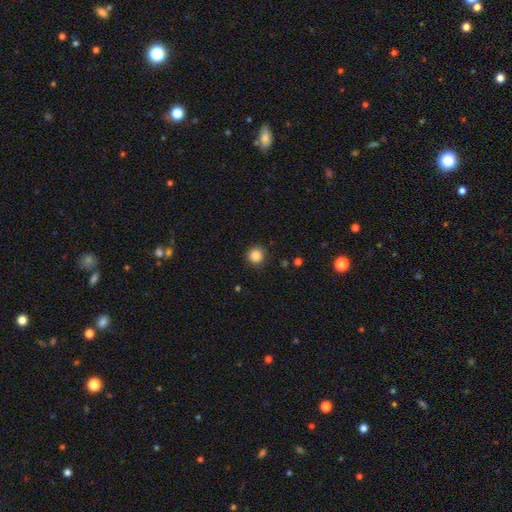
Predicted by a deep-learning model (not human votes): The model was most divided on "smooth or featured": smooth: 86%, star or artifact: 11%, featured or disk: 3%. More confident: how rounded — round (95%); merging — none (89%).